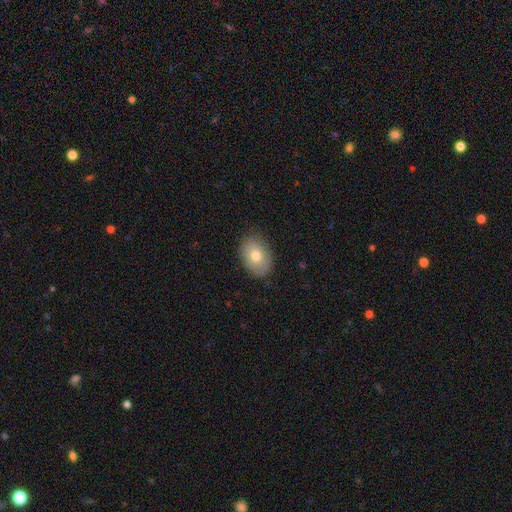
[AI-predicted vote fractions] The model was most divided on "smooth or featured": smooth: 74%, featured or disk: 18%, star or artifact: 8%. More confident: merging — none (83%); how rounded — in between (78%).